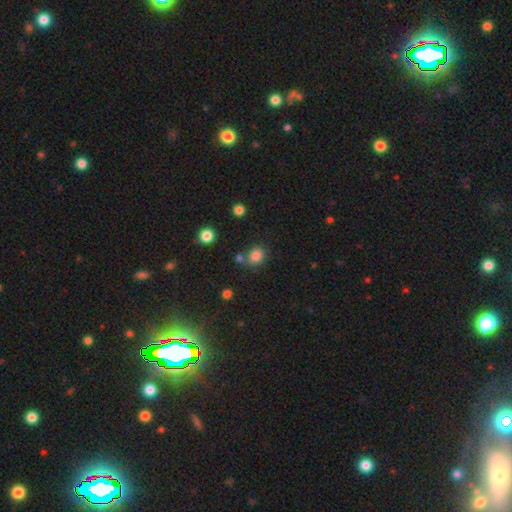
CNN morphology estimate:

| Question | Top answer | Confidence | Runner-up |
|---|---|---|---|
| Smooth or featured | smooth | 82% | star or artifact (13%) |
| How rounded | round | 65% | in between (34%) |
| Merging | none | 70% | merger (13%) |